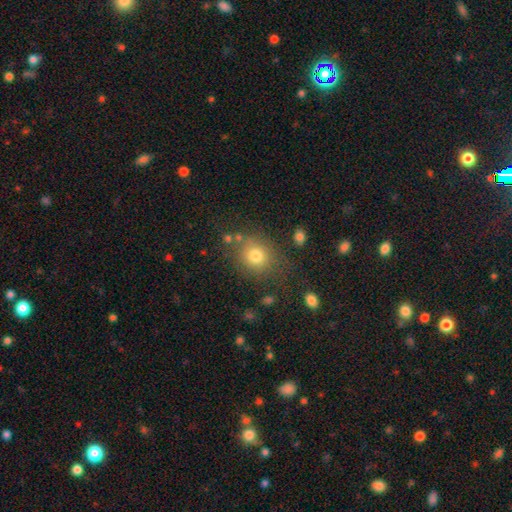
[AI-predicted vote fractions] Smooth or featured? smooth (77%)
How rounded? round (77%)
Merging? none (75%)